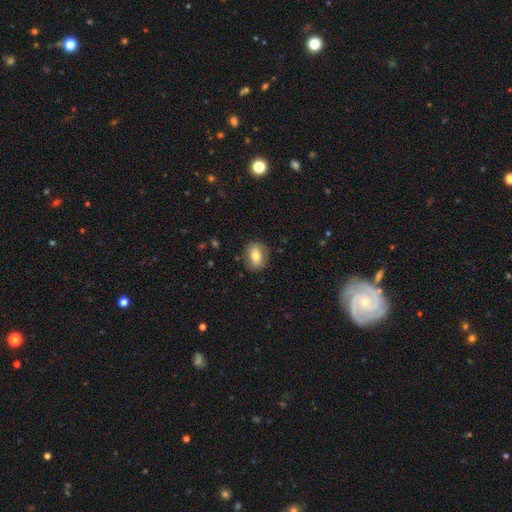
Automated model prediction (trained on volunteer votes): Q: Smooth or featured?
A: smooth (68%); runner-up: featured or disk (24%)
Q: How rounded?
A: in between (73%); runner-up: round (24%)
Q: Merging?
A: none (81%); runner-up: minor disturbance (14%)